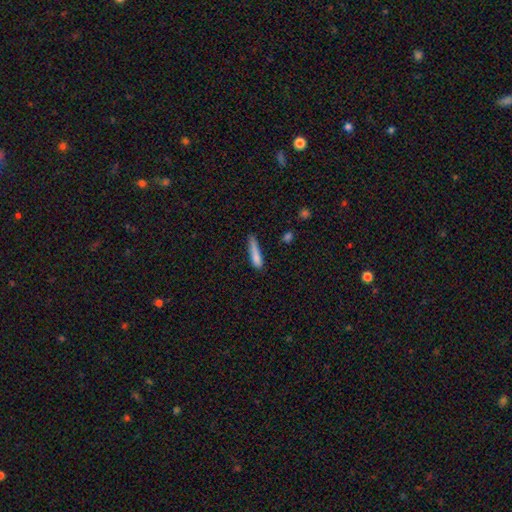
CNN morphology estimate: A smooth galaxy with no disk features (79%) that is cigar-shaped (86%).

Vote fractions:
- Smooth or featured? smooth: 79% / featured or disk: 13% / star or artifact: 8%
- How rounded? cigar-shaped: 86% / in between: 13% / round: 2%
- Merging? none: 55% / minor disturbance: 30% / major disturbance: 10% / merger: 5%